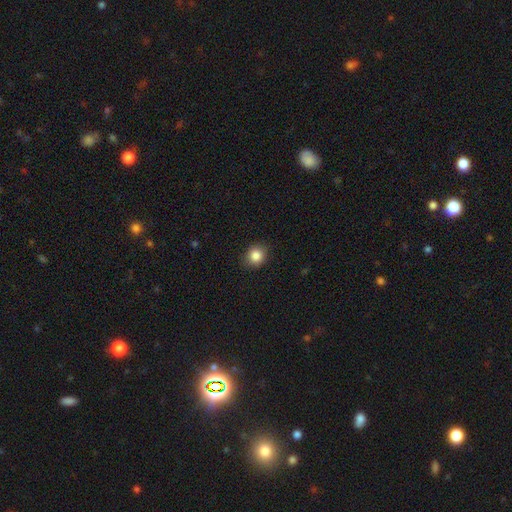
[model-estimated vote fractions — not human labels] A smooth galaxy with no disk features (85%) that is round (76%).

Vote fractions:
- Smooth or featured? smooth: 85% / star or artifact: 10% / featured or disk: 5%
- How rounded? round: 76% / in between: 23% / cigar-shaped: 1%
- Merging? none: 88% / minor disturbance: 9% / major disturbance: 2% / merger: 1%